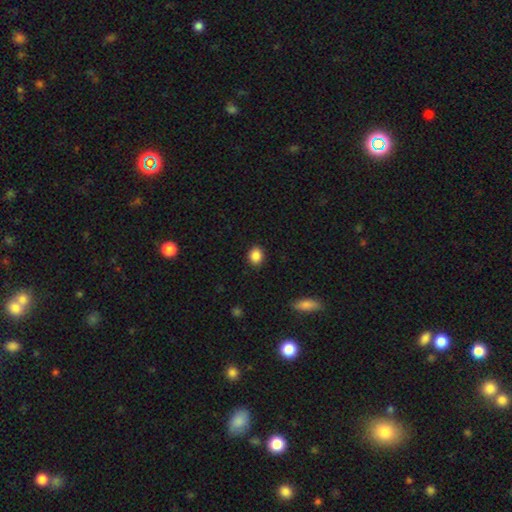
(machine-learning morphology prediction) type=smooth (88%); roundness=round (67%); merging=none (89%).